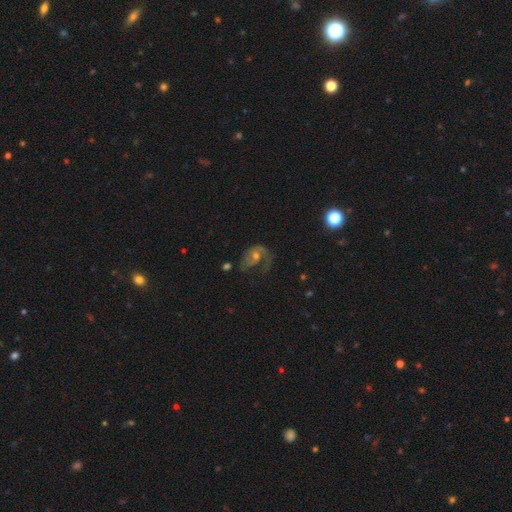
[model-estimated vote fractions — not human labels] A featured or disk galaxy (71%) with no bar (71%), 1 (56%) medium (41%) spiral arms (83%) and a moderate central bulge (50%).

Vote fractions:
- Smooth or featured? featured or disk: 71% / smooth: 18% / star or artifact: 11%
- Edge-on disk? no: 97% / yes: 3%
- Bar? no: 71% / weak: 23% / strong: 5%
- Spiral arms? yes: 83% / no: 17%
- Spiral winding? medium: 41% / loose: 38% / tight: 22%
- Spiral arm count? 1: 56% / 2: 30% / can't tell: 10% / 3: 2% / 4: 1% / more than 4: 1%
- Bulge size? moderate: 50% / small: 42% / large: 4% / none: 3% / dominant: 1%
- Merging? major disturbance: 40% / none: 38% / minor disturbance: 19% / merger: 4%